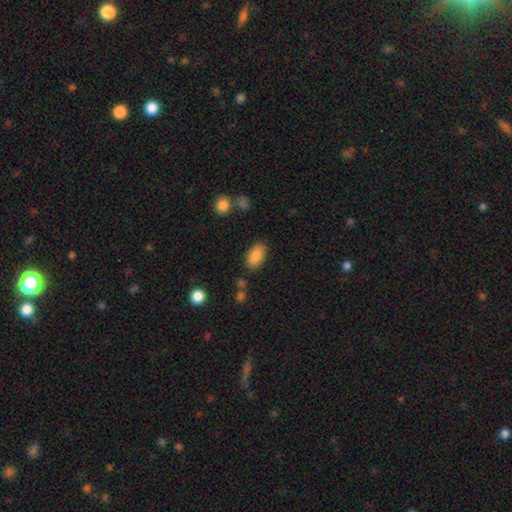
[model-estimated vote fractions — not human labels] A smooth galaxy with no disk features (88%) that is in between round and cigar-shaped (93%). Merging: none (84%).